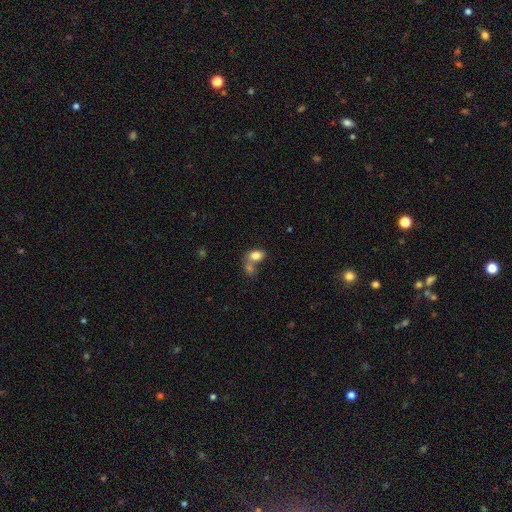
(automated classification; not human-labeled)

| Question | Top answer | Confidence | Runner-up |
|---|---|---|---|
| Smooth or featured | smooth | 80% | featured or disk (11%) |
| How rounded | in between | 82% | round (16%) |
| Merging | merger | 56% | none (29%) |